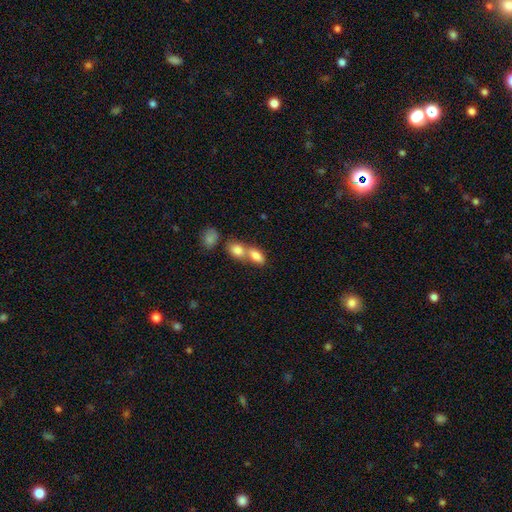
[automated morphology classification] type=smooth (82%); roundness=in between (87%); merging=merger (64%).